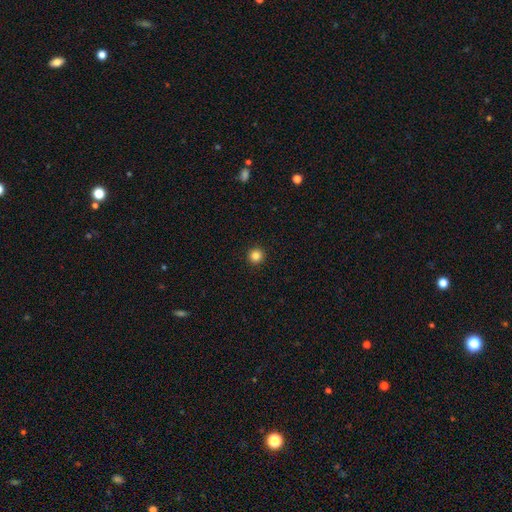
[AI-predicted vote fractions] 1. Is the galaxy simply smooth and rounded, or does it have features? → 84% smooth, 12% star or artifact, 4% featured or disk.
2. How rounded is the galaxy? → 96% round, 3% in between, 1% cigar-shaped.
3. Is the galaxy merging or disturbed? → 94% none, 4% minor disturbance, 1% major disturbance, 1% merger.